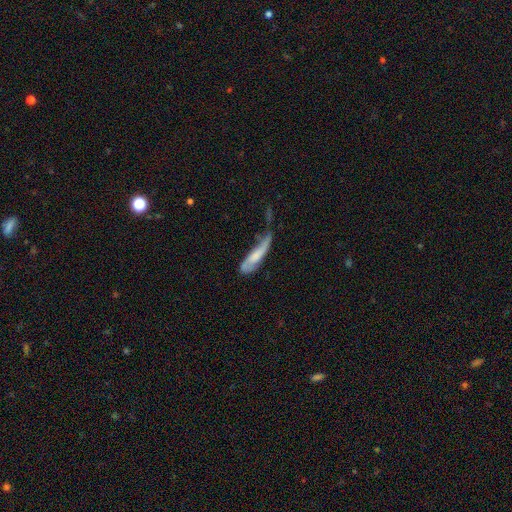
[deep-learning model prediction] This appears to be a smooth galaxy with no disk features (52%) that is cigar-shaped (72%). Merging: minor disturbance (33%).